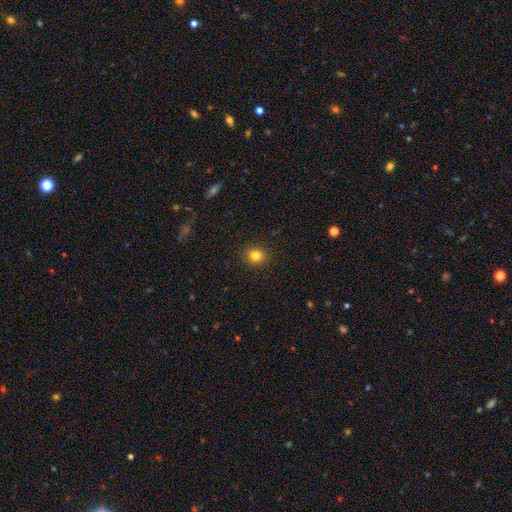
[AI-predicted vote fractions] The model was most divided on "how rounded": round: 82%, in between: 17%, cigar-shaped: 1%. More confident: merging — none (91%); smooth or featured — smooth (82%).